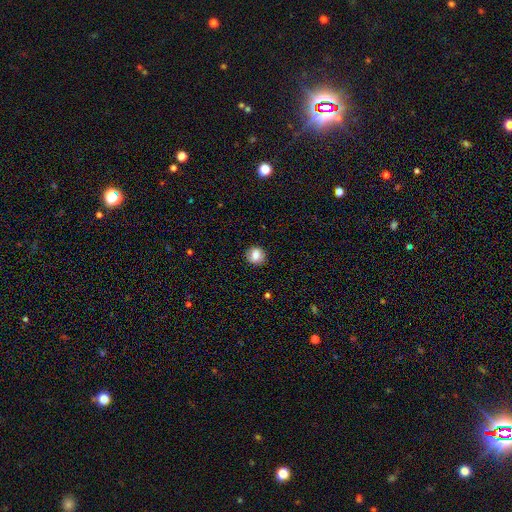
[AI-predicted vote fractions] The model was most divided on "smooth or featured": smooth: 79%, featured or disk: 12%, star or artifact: 9%. More confident: merging — none (86%); how rounded — round (83%).